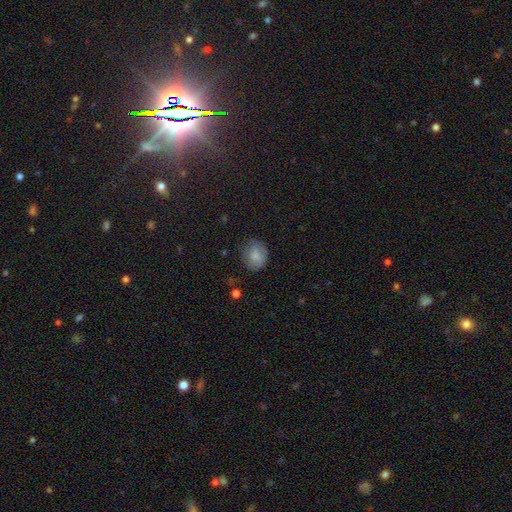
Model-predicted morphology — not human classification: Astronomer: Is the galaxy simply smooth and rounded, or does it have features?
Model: smooth — 80%.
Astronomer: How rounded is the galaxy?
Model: round — 65%.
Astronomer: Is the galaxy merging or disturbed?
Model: none — 68%.